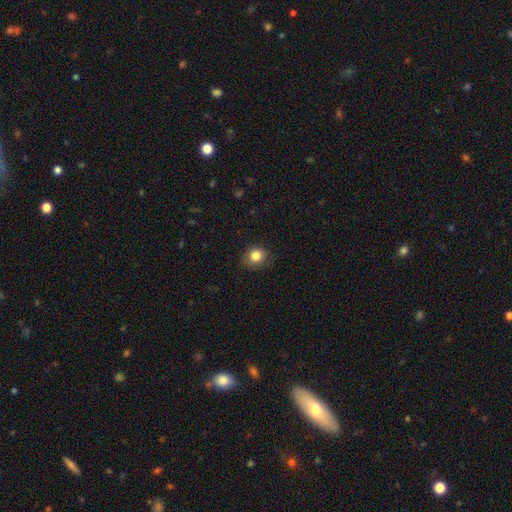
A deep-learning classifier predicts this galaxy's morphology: Overall: smooth (84%). How rounded: round (67%; in between 32%). Merging: none (79%).